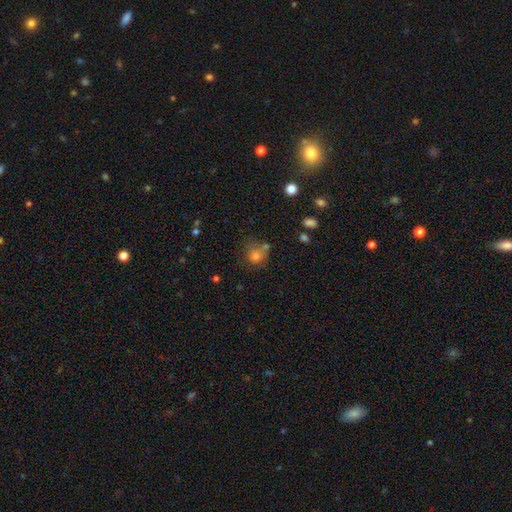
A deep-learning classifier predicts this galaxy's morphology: Overall: smooth (74%). How rounded: round (80%). Merging: none (54%; merger 19%).